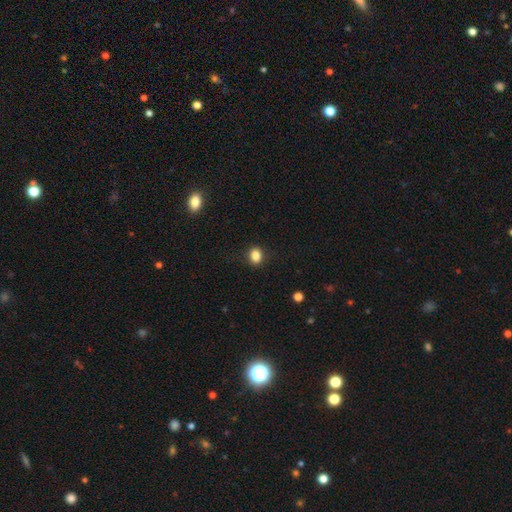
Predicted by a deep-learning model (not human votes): The model was most divided on "how rounded": round: 50%, in between: 49%, cigar-shaped: 1%. More confident: merging — none (88%); smooth or featured — smooth (85%).